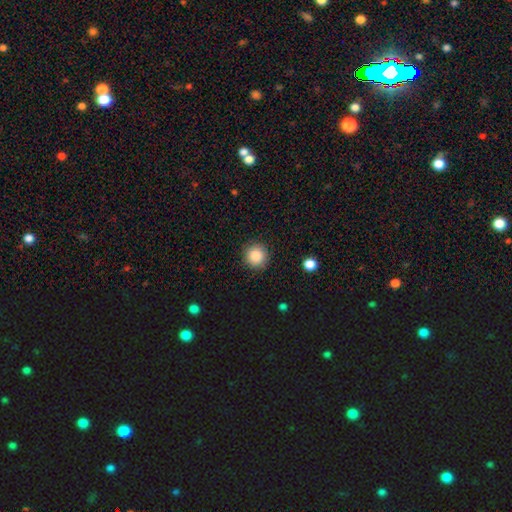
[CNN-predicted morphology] Q: Smooth or featured?
A: smooth (87%); runner-up: star or artifact (9%)
Q: How rounded?
A: round (94%); runner-up: in between (5%)
Q: Merging?
A: none (89%); runner-up: minor disturbance (7%)